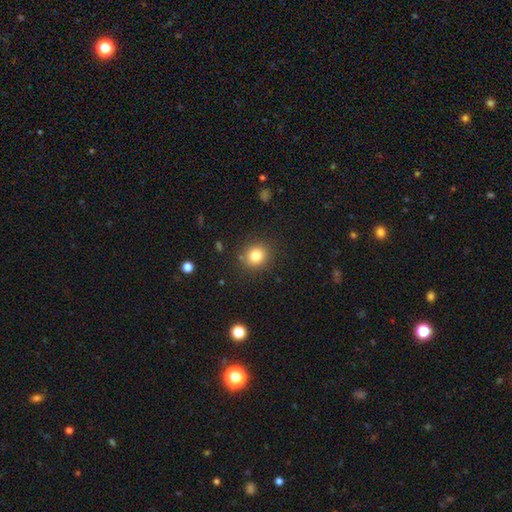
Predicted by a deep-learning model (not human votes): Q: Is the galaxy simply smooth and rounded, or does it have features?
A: smooth — 81%.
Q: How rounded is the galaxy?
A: round — 86%.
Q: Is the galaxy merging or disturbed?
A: none — 86%.